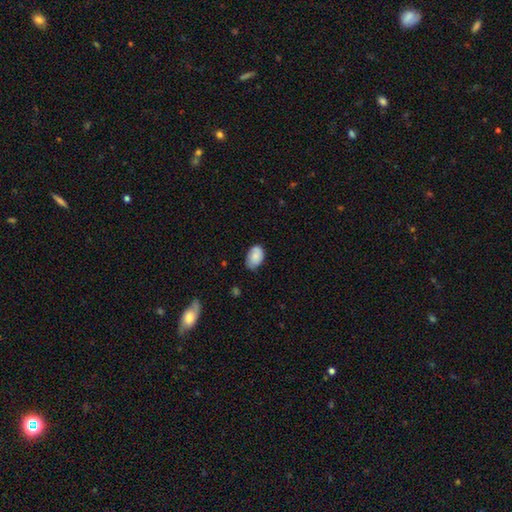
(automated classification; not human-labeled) This is likely a smooth galaxy (80%). How rounded: clearly in between (88%). Merging: likely none (66%).